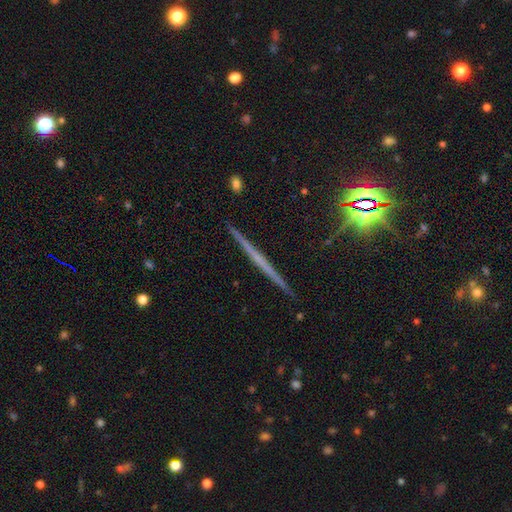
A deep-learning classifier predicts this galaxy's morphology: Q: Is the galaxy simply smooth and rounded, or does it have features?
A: featured or disk — 59%.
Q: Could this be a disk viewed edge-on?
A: yes — 97%.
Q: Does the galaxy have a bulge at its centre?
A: none — 68%.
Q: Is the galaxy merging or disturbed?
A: none — 91%.